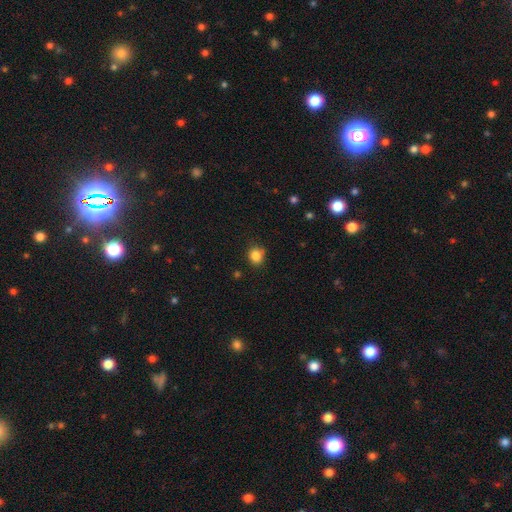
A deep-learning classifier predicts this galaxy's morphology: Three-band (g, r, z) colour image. It shows a smooth galaxy with no disk features (84%) that is round (80%). Merging: none (79%).